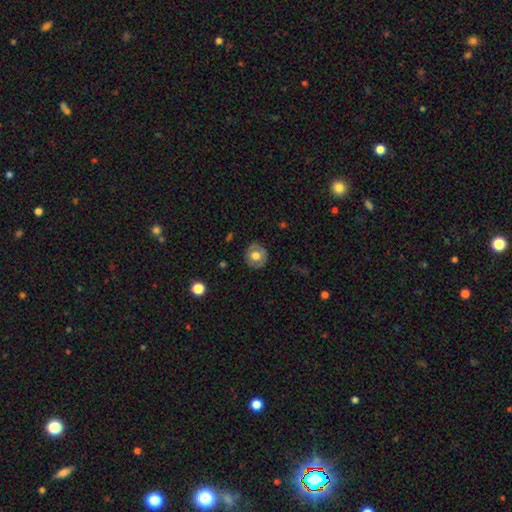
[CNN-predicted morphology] Overall: smooth (63%; featured or disk 30%). How rounded: round (87%). Merging: none (85%).